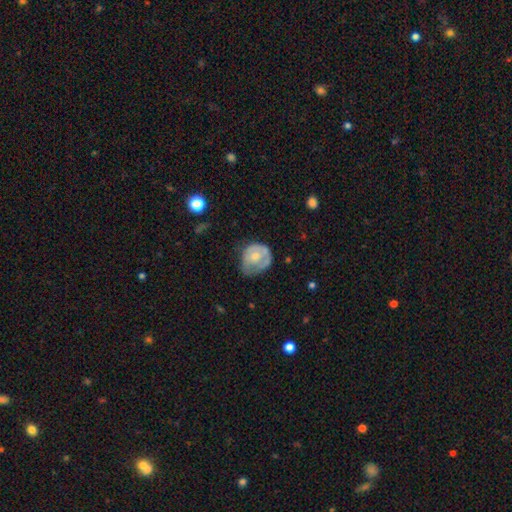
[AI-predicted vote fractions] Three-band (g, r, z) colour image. It shows a smooth galaxy with no disk features (50%) that is round (68%). Merging: none (40%).